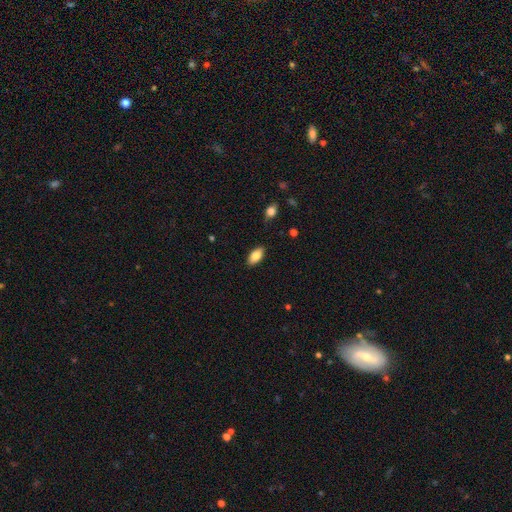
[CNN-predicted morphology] This appears to be a smooth galaxy with no disk features (83%) that is in between round and cigar-shaped (92%). Merging: none (85%).